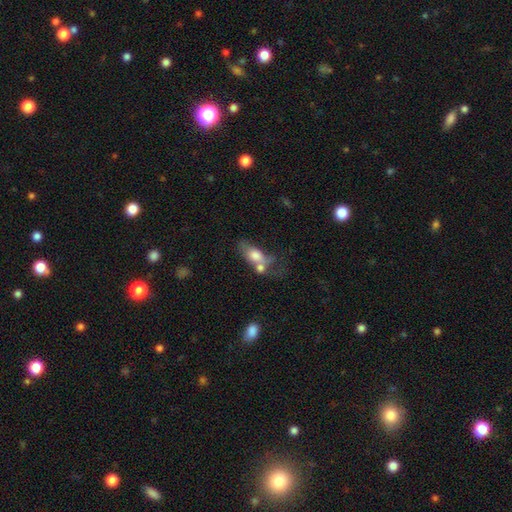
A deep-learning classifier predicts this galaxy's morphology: Smooth or featured? Predicted: smooth (p=0.67). How rounded? Predicted: in between (p=0.78). Merging? Predicted: merger (p=0.46).